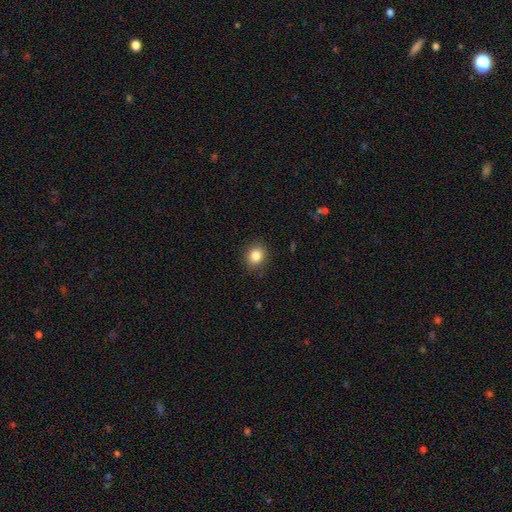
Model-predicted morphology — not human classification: Smooth or featured?
  - smooth: 84% *
  - star or artifact: 10%
  - featured or disk: 6%
How rounded?
  - round: 65% *
  - in between: 34%
  - cigar-shaped: 1%
Merging?
  - none: 88% *
  - minor disturbance: 9%
  - major disturbance: 3%
  - merger: 1%